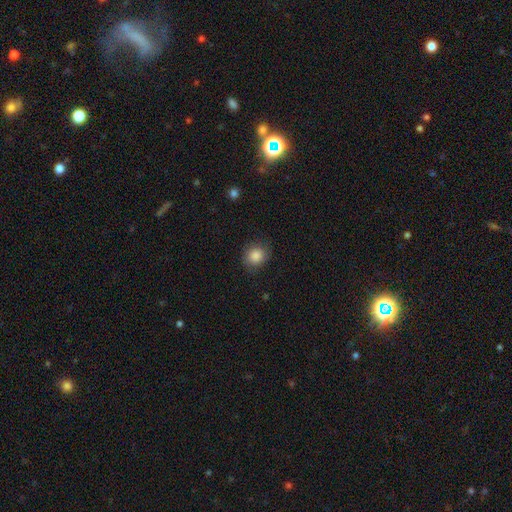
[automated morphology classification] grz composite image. It shows a smooth galaxy with no disk features (86%) that is round (75%). Merging: none (78%).